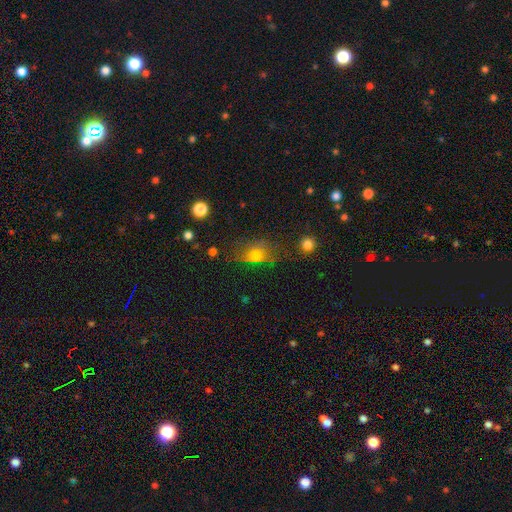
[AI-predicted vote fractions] Smooth or featured? smooth (61%)
How rounded? in between (73%)
Merging? none (44%)